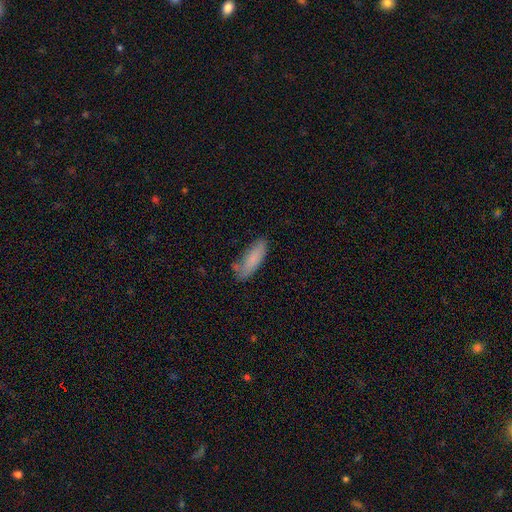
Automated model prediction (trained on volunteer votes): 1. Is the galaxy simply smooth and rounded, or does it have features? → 82% smooth, 11% featured or disk, 7% star or artifact.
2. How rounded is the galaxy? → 52% in between, 46% cigar-shaped, 2% round.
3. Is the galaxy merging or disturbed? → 66% none, 25% minor disturbance, 6% major disturbance, 3% merger.